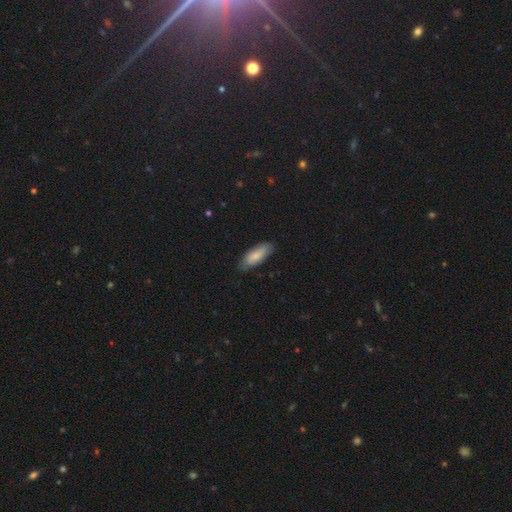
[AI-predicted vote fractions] This appears to be a smooth galaxy with no disk features (82%) that is in between round and cigar-shaped (73%). Merging: none (78%).